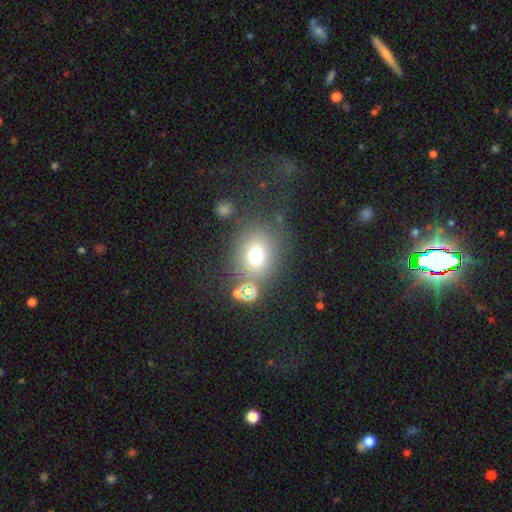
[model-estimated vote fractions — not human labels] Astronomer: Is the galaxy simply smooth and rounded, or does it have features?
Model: smooth — 68%.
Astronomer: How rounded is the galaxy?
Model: round — 65%.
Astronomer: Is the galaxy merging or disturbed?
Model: none — 71%.